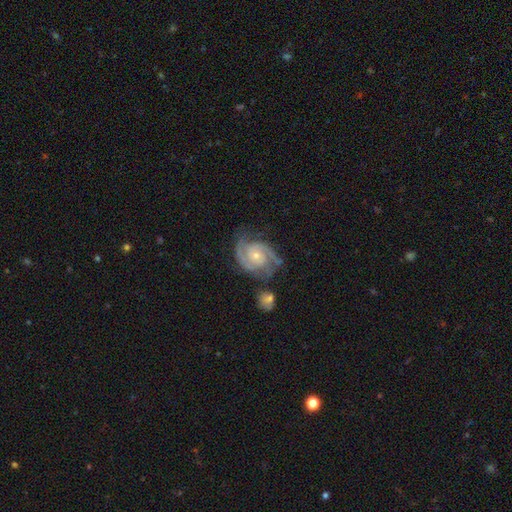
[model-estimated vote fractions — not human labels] A featured or disk galaxy (91%) with no bar (71%), 2 (78%) tight (50%) spiral arms (98%) and a small central bulge (62%). Merging: none (64%).